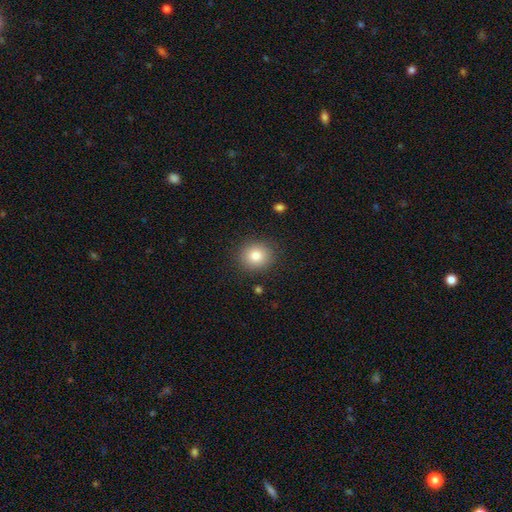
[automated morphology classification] Smooth or featured? Predicted: smooth (p=0.83). How rounded? Predicted: round (p=0.77). Merging? Predicted: none (p=0.88).